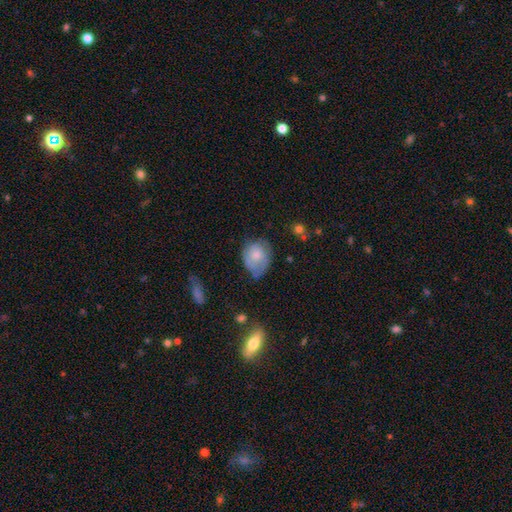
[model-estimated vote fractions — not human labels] A smooth galaxy with no disk features (71%) that is in between round and cigar-shaped (57%).

Vote fractions:
- Smooth or featured? smooth: 71% / featured or disk: 22% / star or artifact: 7%
- How rounded? in between: 57% / round: 42% / cigar-shaped: 1%
- Merging? none: 41% / minor disturbance: 40% / major disturbance: 17% / merger: 3%